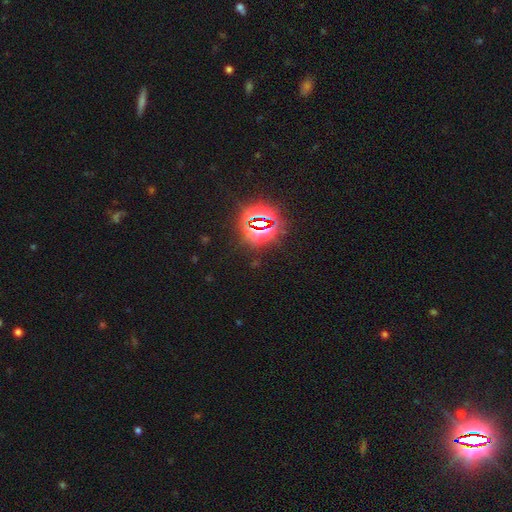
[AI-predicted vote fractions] This appears to be a star or artifact, not a galaxy (81%).